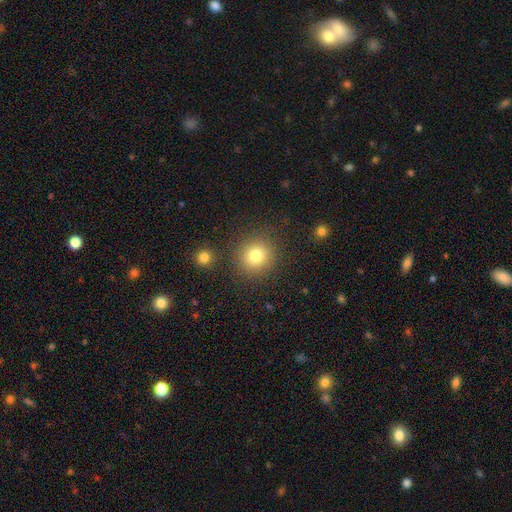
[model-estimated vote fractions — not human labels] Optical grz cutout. It shows a smooth galaxy with no disk features (79%) that is round (91%). Merging: none (85%).